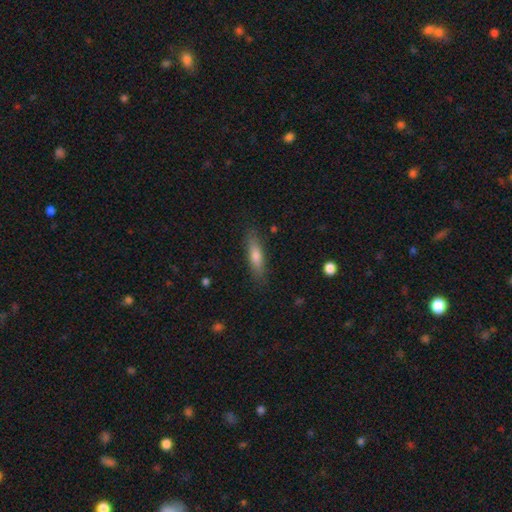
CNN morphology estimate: Overall: smooth (70%). How rounded: cigar-shaped (70%). Merging: none (86%).